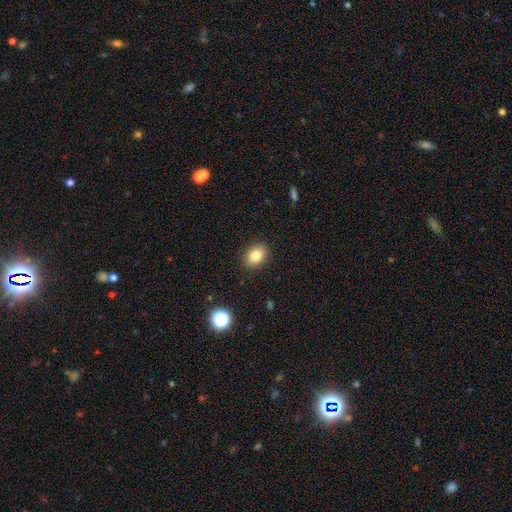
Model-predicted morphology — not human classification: A smooth galaxy with no disk features (83%) that is in between round and cigar-shaped (69%).

Vote fractions:
- Smooth or featured? smooth: 83% / star or artifact: 10% / featured or disk: 7%
- How rounded? in between: 69% / round: 30% / cigar-shaped: 1%
- Merging? none: 89% / minor disturbance: 8% / major disturbance: 2% / merger: 1%